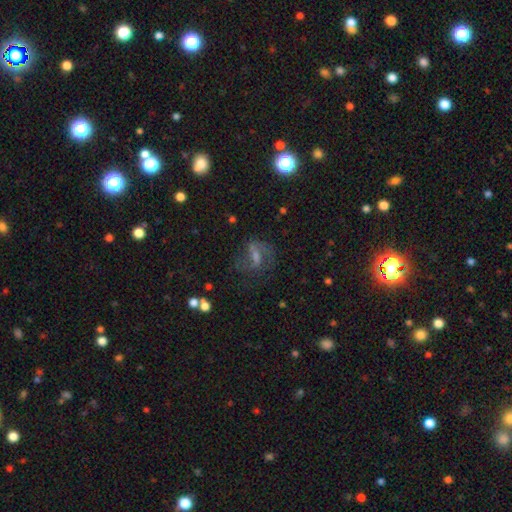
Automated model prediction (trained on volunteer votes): Morphology: type=featured or disk (59%); edge-on=no (92%); bar=weak (42%); spiral arms=yes (81%); bulge=small (41%); merging=none (62%).